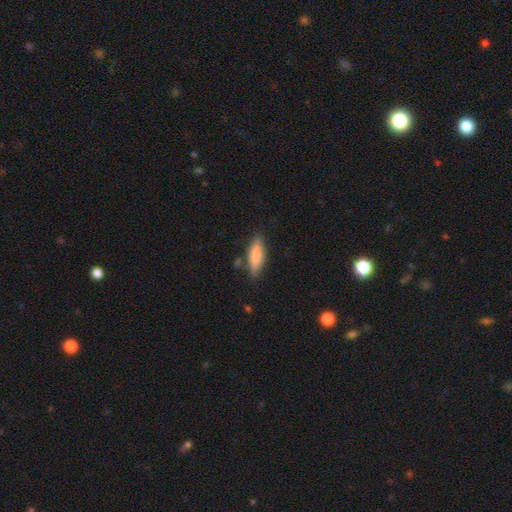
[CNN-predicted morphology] Q: Smooth or featured?
A: smooth (79%); runner-up: featured or disk (15%)
Q: How rounded?
A: in between (50%); runner-up: cigar-shaped (48%)
Q: Merging?
A: none (77%); runner-up: minor disturbance (15%)